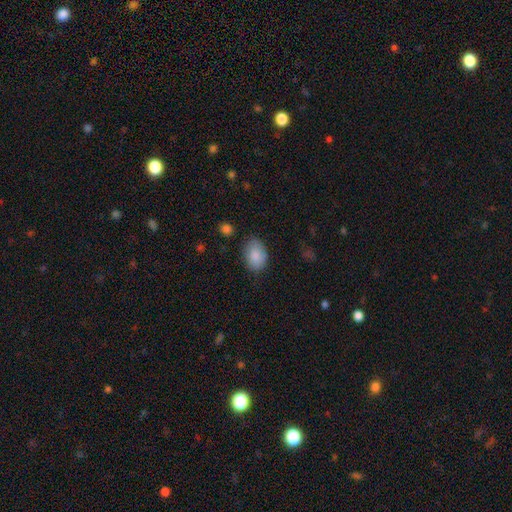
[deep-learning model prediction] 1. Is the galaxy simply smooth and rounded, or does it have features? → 86% smooth, 7% featured or disk, 7% star or artifact.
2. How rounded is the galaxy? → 85% in between, 14% round, 1% cigar-shaped.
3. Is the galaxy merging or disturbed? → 76% none, 18% minor disturbance, 4% major disturbance, 2% merger.